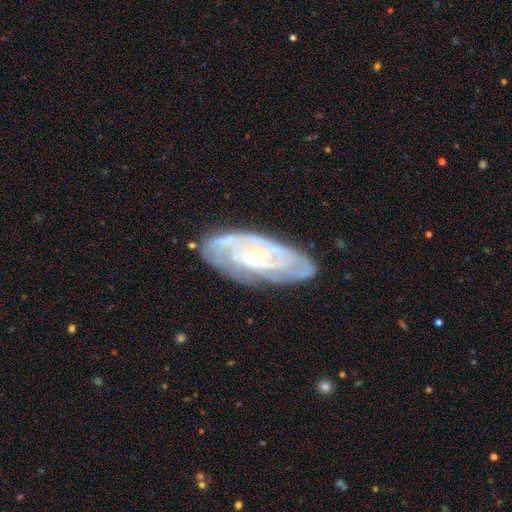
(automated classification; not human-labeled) Morphology: type=featured or disk (84%); edge-on=no (91%); bar=no (67%); spiral arms=yes (91%); winding=tight (69%); arm count=can't tell (41%); bulge=small (68%); merging=none (77%).